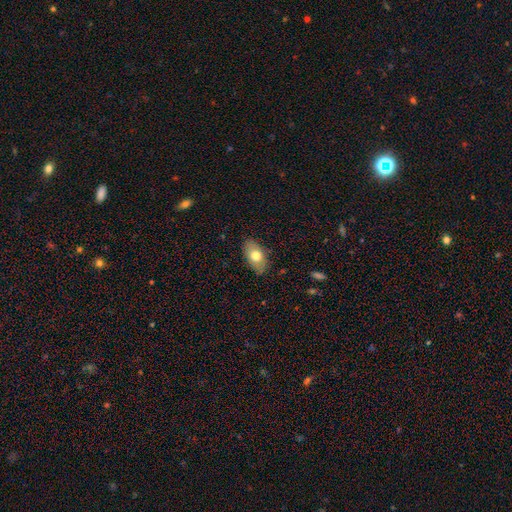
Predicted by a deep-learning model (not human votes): smooth_or_featured: smooth (p=0.72) [alt: featured or disk p=0.21]
how_rounded: in between (p=0.91) [alt: round p=0.07]
merging: none (p=0.83) [alt: minor disturbance p=0.13]